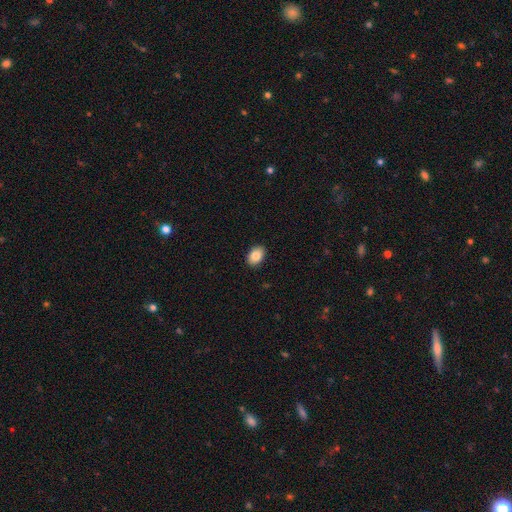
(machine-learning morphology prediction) Smooth or featured: smooth — 85% (star or artifact — 7%)
How rounded: in between — 85% (round — 14%)
Merging: none — 90% (minor disturbance — 7%)